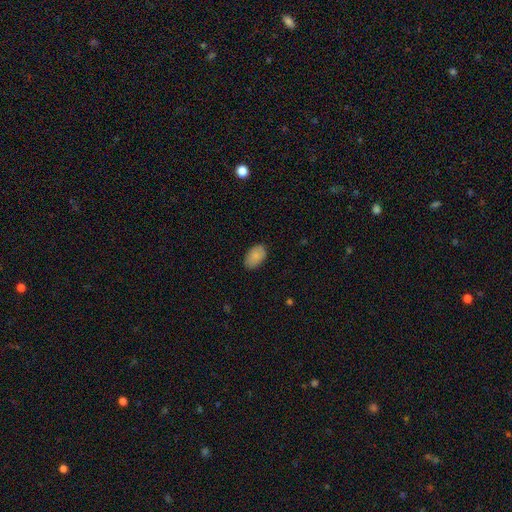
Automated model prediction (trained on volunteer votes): A smooth galaxy with no disk features (87%) that is in between round and cigar-shaped (92%). Merging: none (85%).